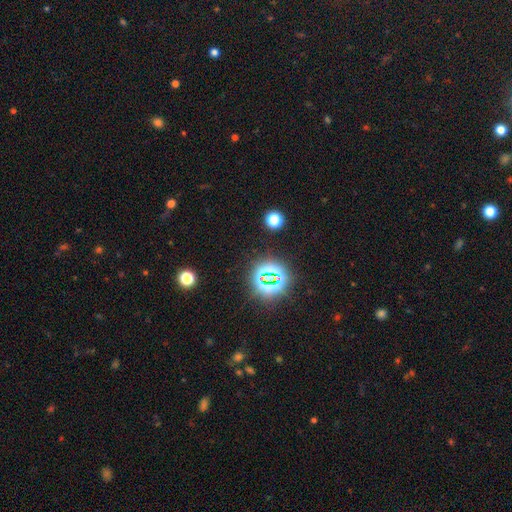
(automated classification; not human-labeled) Morphology: type=star or artifact (79%).